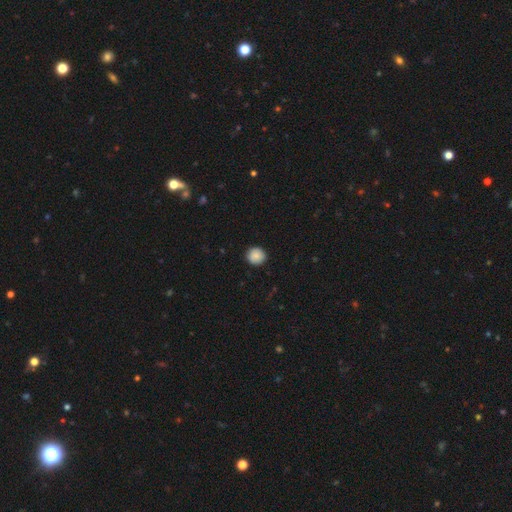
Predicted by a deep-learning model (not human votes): The model was most divided on "smooth or featured": smooth: 89%, star or artifact: 8%, featured or disk: 4%. More confident: how rounded — round (93%); merging — none (90%).